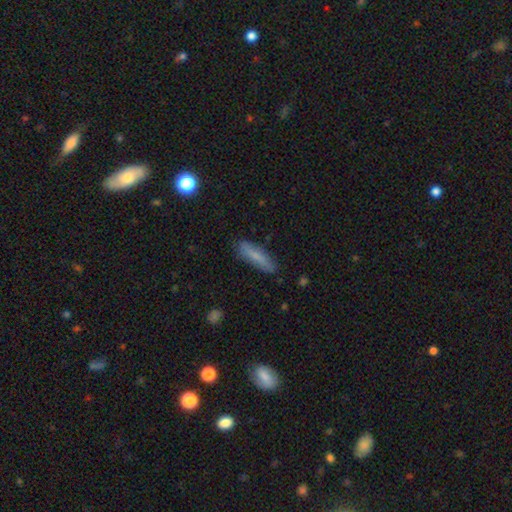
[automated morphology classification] Smooth or featured?
  - smooth: 75% *
  - featured or disk: 18%
  - star or artifact: 7%
How rounded?
  - cigar-shaped: 72% *
  - in between: 26%
  - round: 2%
Merging?
  - none: 83% *
  - minor disturbance: 13%
  - major disturbance: 3%
  - merger: 2%